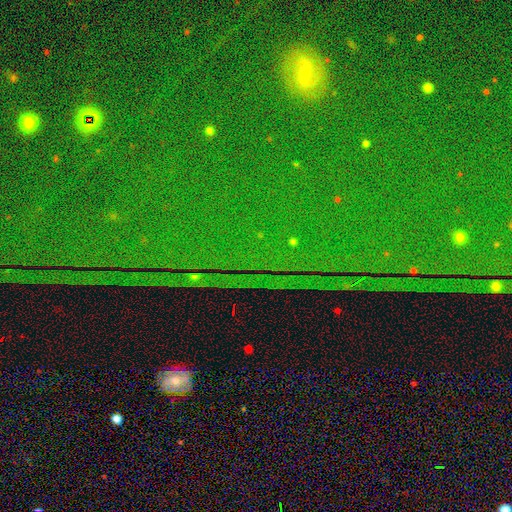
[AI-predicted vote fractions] The model was most divided on "smooth or featured": star or artifact: 83%, smooth: 8%, featured or disk: 8%.